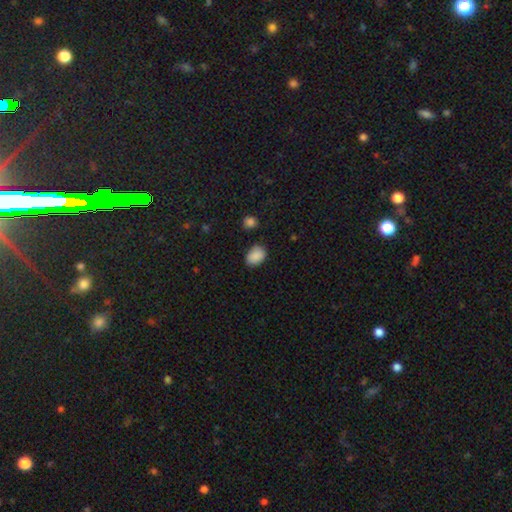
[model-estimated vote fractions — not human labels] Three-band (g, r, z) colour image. It shows a smooth galaxy with no disk features (89%) that is in between round and cigar-shaped (77%). Merging: none (79%).